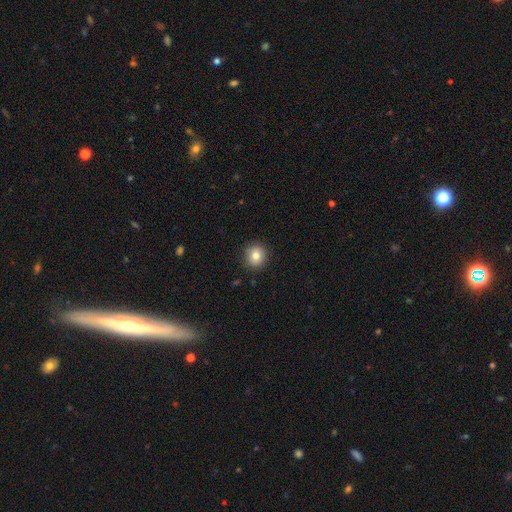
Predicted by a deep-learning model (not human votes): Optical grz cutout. It shows a smooth galaxy with no disk features (81%) that is round (88%). Merging: none (90%).